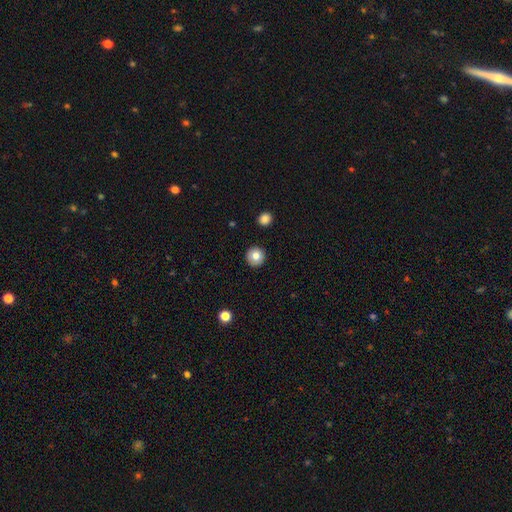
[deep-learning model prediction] This is clearly a smooth galaxy (81%). How rounded: clearly round (95%). Merging: clearly none (93%).